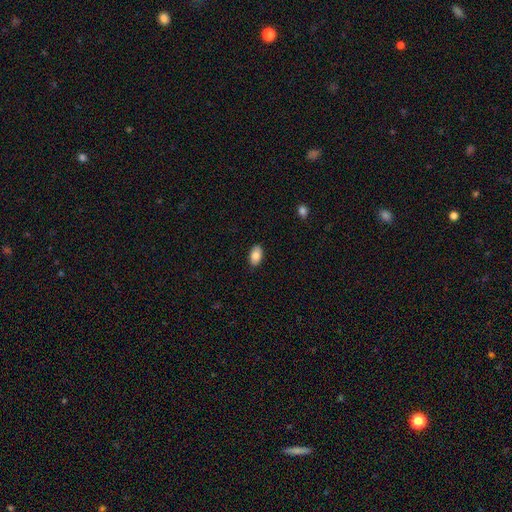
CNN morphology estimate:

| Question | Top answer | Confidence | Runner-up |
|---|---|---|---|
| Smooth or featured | smooth | 83% | featured or disk (11%) |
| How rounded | in between | 94% | round (5%) |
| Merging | none | 87% | minor disturbance (10%) |